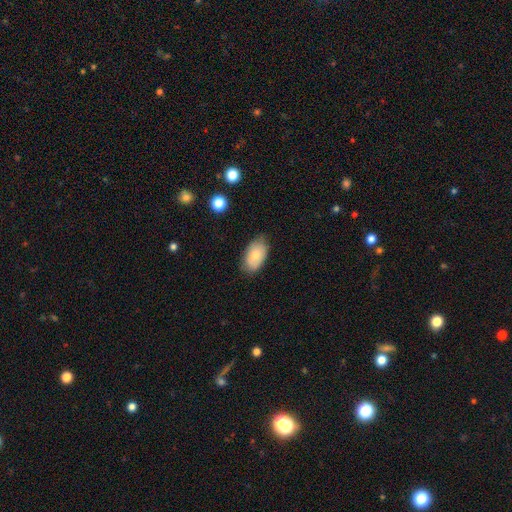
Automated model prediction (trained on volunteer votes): smooth 75%, featured or disk 18%, star or artifact 7%. Down the decision tree: how rounded — in between (92%); merging — none (74%).